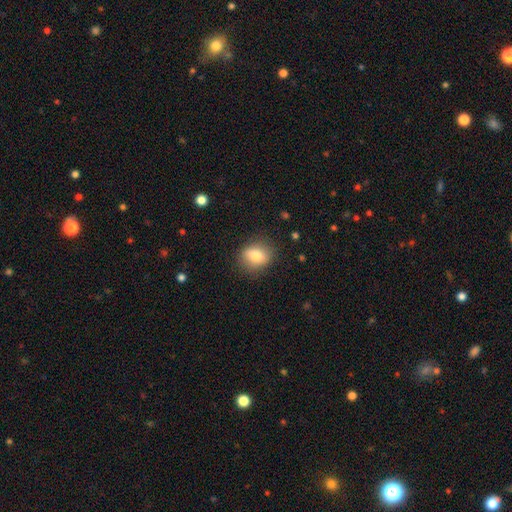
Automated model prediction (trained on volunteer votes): Overall: smooth (77%). How rounded: round (51%; in between 47%). Merging: none (83%).